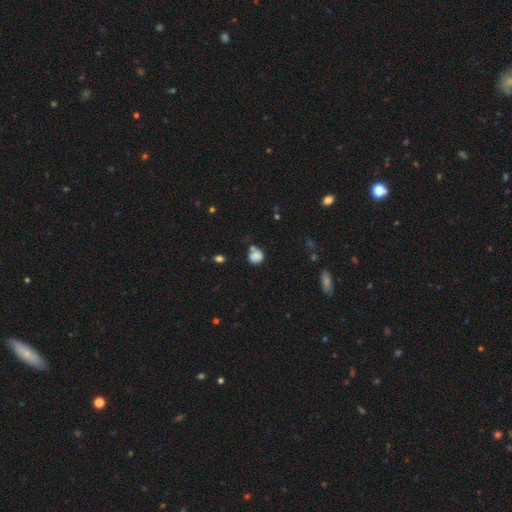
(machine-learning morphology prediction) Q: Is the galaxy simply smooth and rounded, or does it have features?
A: smooth — 77%.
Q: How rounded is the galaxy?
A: round — 76%.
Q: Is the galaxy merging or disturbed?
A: none — 51%.